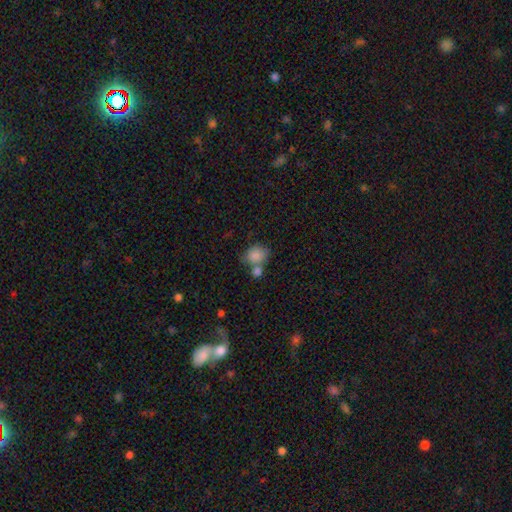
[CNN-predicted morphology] Smooth or featured?
  - smooth: 84% *
  - star or artifact: 8%
  - featured or disk: 7%
How rounded?
  - round: 58% *
  - in between: 41%
  - cigar-shaped: 1%
Merging?
  - none: 43% *
  - merger: 38%
  - minor disturbance: 14%
  - major disturbance: 6%